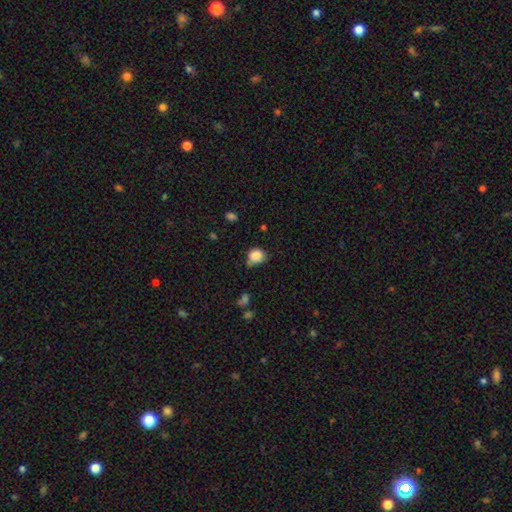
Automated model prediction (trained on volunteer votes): A smooth galaxy with no disk features (85%) that is round (74%). Merging: none (59%).